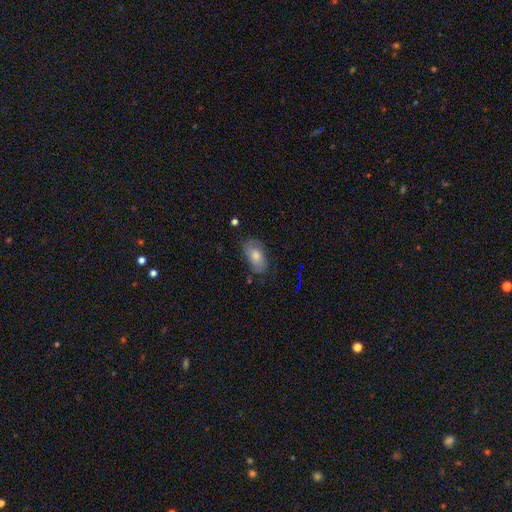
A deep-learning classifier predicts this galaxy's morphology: The model was most divided on "smooth or featured": smooth: 62%, featured or disk: 26%, star or artifact: 11%. More confident: how rounded — in between (89%); merging — none (70%).